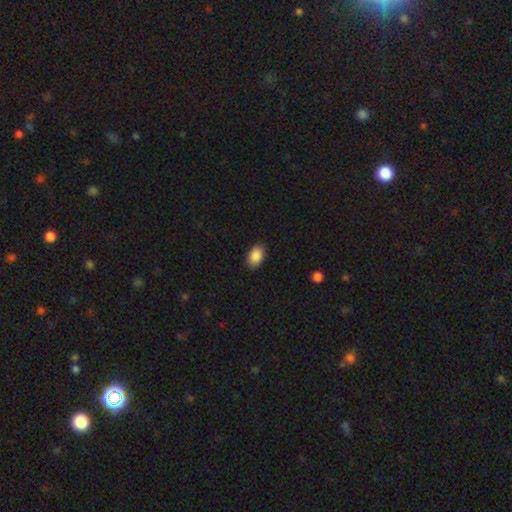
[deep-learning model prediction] The model was most divided on "how rounded": in between: 89%, round: 10%, cigar-shaped: 1%. More confident: smooth or featured — smooth (89%); merging — none (88%).